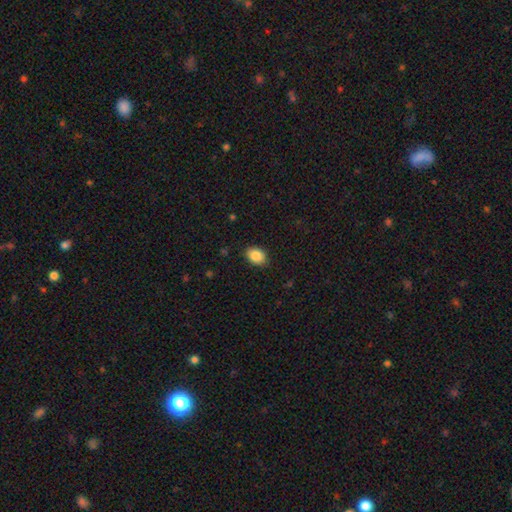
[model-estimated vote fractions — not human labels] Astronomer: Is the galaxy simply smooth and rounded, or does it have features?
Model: smooth — 88%.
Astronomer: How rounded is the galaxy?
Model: in between — 71%.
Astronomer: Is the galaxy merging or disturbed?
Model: none — 88%.